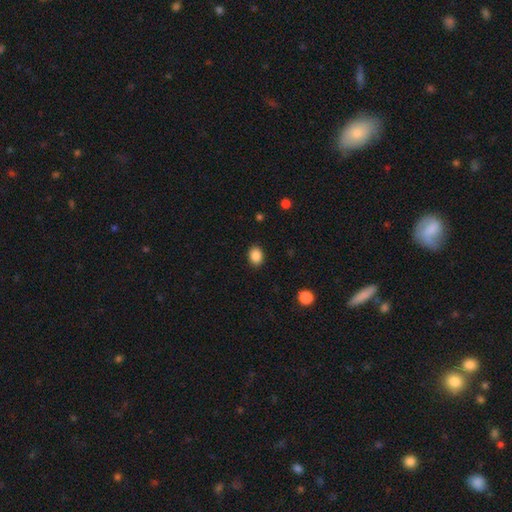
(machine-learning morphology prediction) Q: Smooth or featured?
A: smooth (88%); runner-up: star or artifact (9%)
Q: How rounded?
A: in between (55%); runner-up: round (44%)
Q: Merging?
A: none (89%); runner-up: minor disturbance (7%)